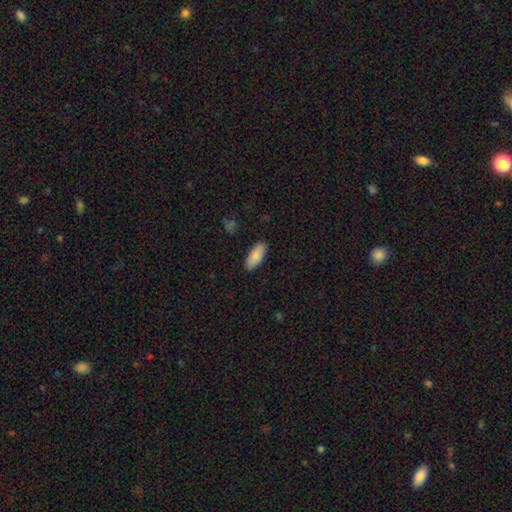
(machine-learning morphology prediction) Q: Smooth or featured?
A: smooth (87%); runner-up: featured or disk (7%)
Q: How rounded?
A: in between (84%); runner-up: cigar-shaped (15%)
Q: Merging?
A: none (89%); runner-up: minor disturbance (8%)